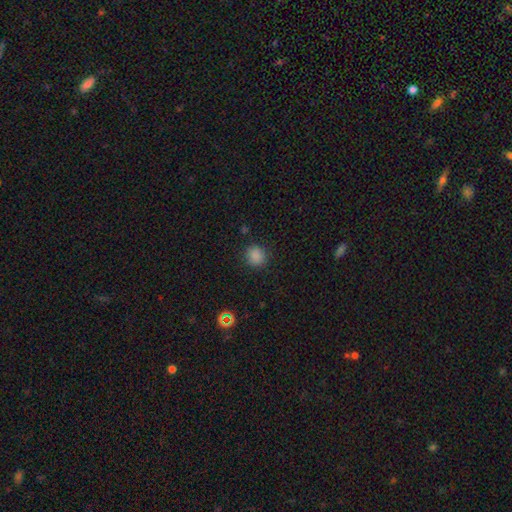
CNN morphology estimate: Smooth or featured? Predicted: smooth (p=0.84). How rounded? Predicted: round (p=0.80). Merging? Predicted: none (p=0.86).